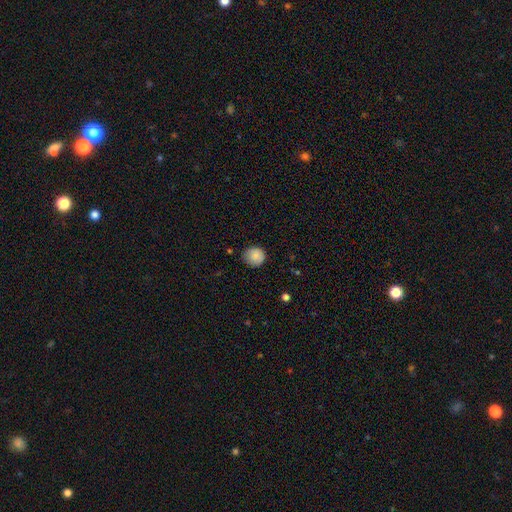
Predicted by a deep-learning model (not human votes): Overall: smooth (86%). How rounded: round (88%). Merging: none (77%).